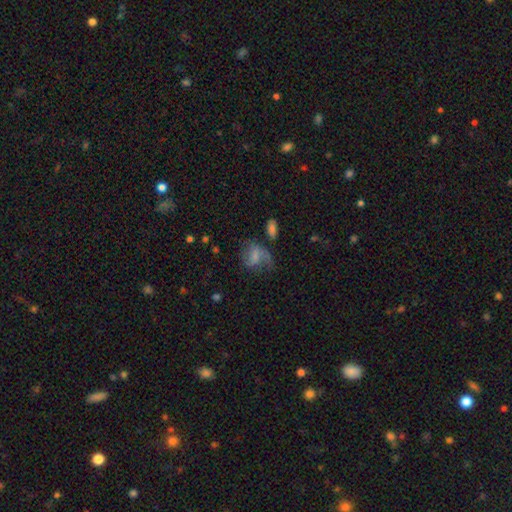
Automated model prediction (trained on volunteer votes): This is possibly a featured or disk galaxy (47%). Merging: marginally none (38%).